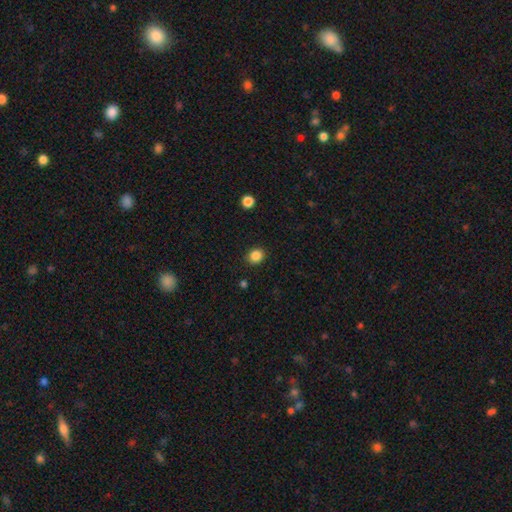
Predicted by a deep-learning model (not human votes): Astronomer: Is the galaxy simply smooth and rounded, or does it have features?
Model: smooth — 86%.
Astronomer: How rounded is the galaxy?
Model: round — 74%.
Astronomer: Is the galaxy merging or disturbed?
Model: none — 90%.